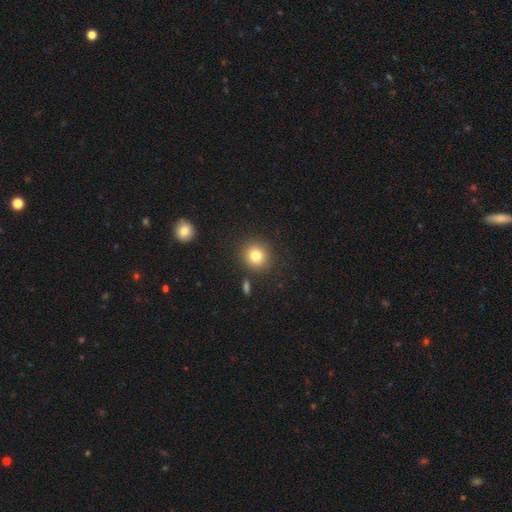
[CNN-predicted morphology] A smooth galaxy with no disk features (81%) that is round (90%). Merging: none (86%).